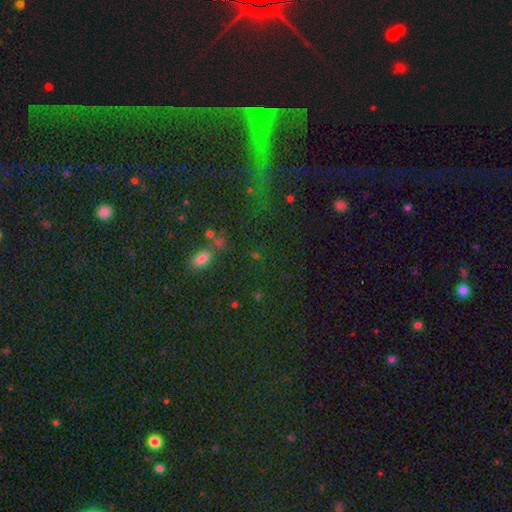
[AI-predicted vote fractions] Smooth or featured? smooth (54%)
How rounded? in between (61%)
Merging? none (64%)